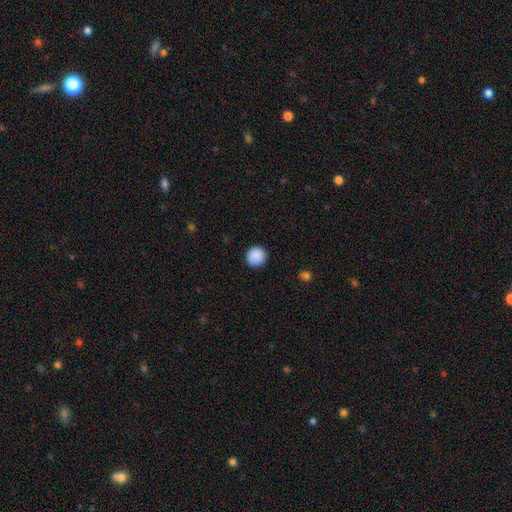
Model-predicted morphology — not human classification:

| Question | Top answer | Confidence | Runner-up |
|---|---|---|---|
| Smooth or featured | smooth | 89% | star or artifact (8%) |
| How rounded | round | 94% | in between (5%) |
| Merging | none | 91% | minor disturbance (6%) |